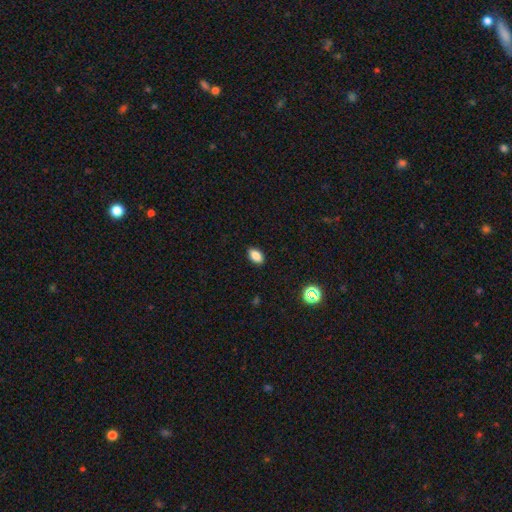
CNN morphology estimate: Smooth or featured? smooth (85%)
How rounded? in between (89%)
Merging? none (88%)